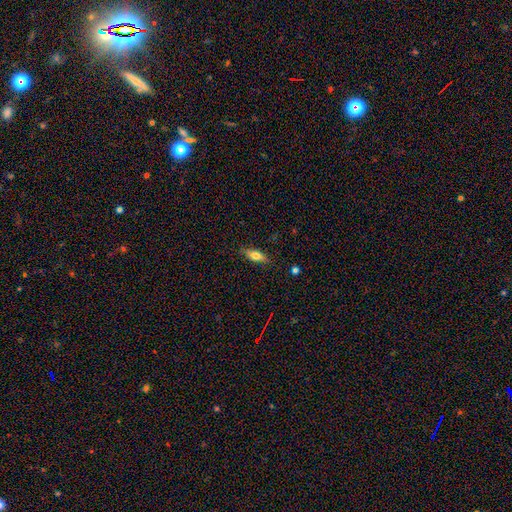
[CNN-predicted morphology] smooth_or_featured: smooth (p=0.63) [alt: featured or disk p=0.30]
how_rounded: in between (p=0.61) [alt: cigar-shaped p=0.36]
merging: none (p=0.82) [alt: minor disturbance p=0.14]